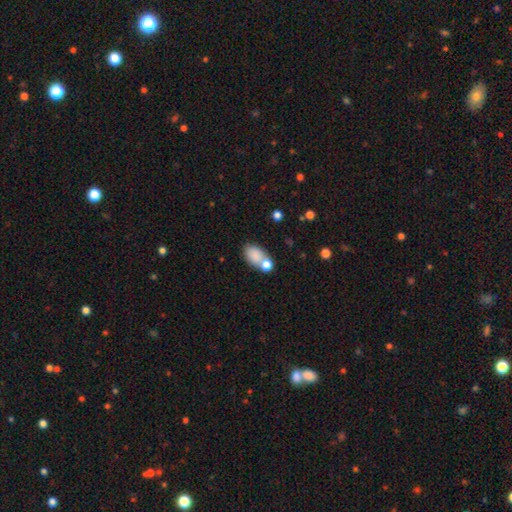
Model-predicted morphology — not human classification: smooth_or_featured: smooth (p=0.82) [alt: featured or disk p=0.09]
how_rounded: in between (p=0.84) [alt: round p=0.14]
merging: none (p=0.44) [alt: merger p=0.36]